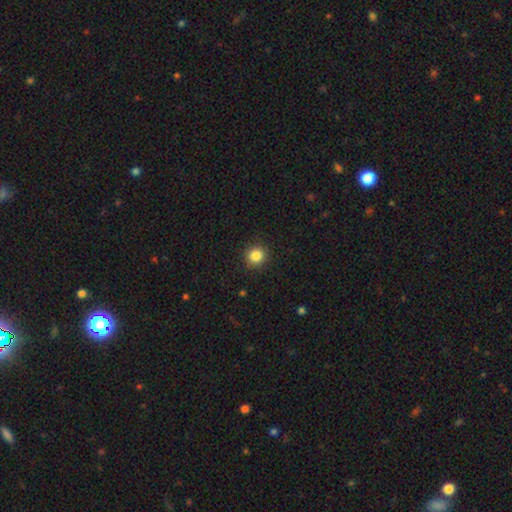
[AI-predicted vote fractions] Smooth or featured?
  - smooth: 86% *
  - star or artifact: 11%
  - featured or disk: 4%
How rounded?
  - round: 90% *
  - in between: 9%
  - cigar-shaped: 1%
Merging?
  - none: 91% *
  - minor disturbance: 6%
  - major disturbance: 2%
  - merger: 1%